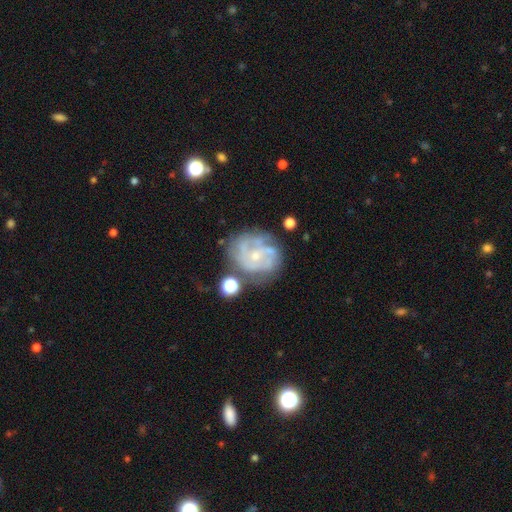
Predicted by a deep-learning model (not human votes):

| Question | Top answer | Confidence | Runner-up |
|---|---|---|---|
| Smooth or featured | featured or disk | 78% | smooth (15%) |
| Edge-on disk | no | 98% | yes (2%) |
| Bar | no | 75% | weak (22%) |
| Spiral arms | yes | 82% | no (18%) |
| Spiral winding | tight | 52% | medium (35%) |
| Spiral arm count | can't tell | 40% | 3 (21%) |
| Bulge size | small | 73% | moderate (21%) |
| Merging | none | 59% | minor disturbance (21%) |